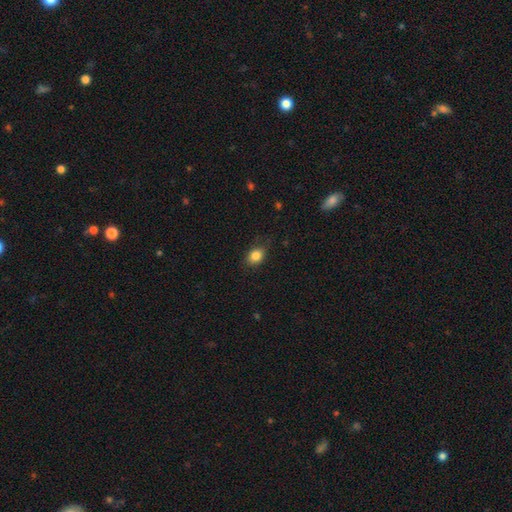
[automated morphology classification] Smooth or featured? smooth (84%)
How rounded? in between (64%)
Merging? none (77%)